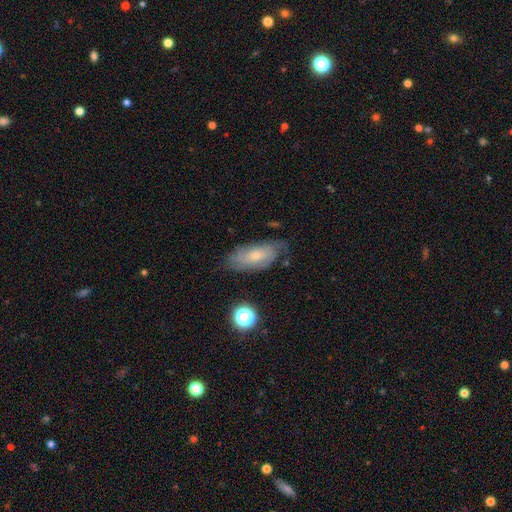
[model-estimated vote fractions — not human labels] Smooth or featured?
  - featured or disk: 55% *
  - smooth: 36%
  - star or artifact: 9%
Edge-on disk?
  - no: 88% *
  - yes: 12%
Merging?
  - none: 63% *
  - minor disturbance: 25%
  - major disturbance: 10%
  - merger: 2%